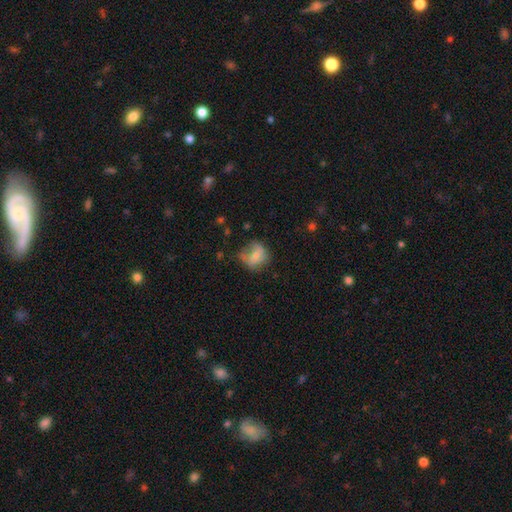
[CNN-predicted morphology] This is likely a smooth galaxy (63%). How rounded: likely round (66%). Merging: possibly none (46%).